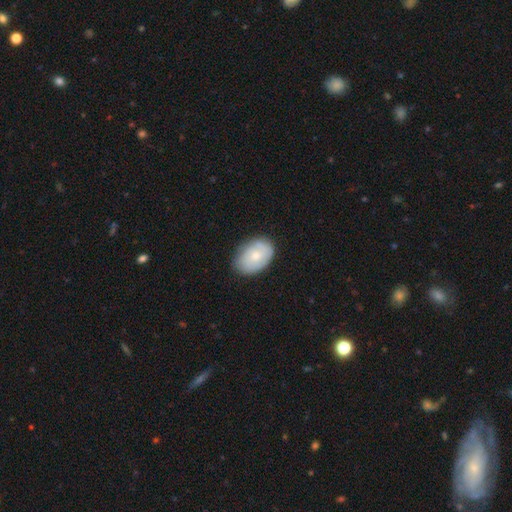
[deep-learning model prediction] Q: Smooth or featured?
A: smooth (63%); runner-up: featured or disk (31%)
Q: How rounded?
A: in between (83%); runner-up: round (16%)
Q: Merging?
A: none (76%); runner-up: minor disturbance (19%)